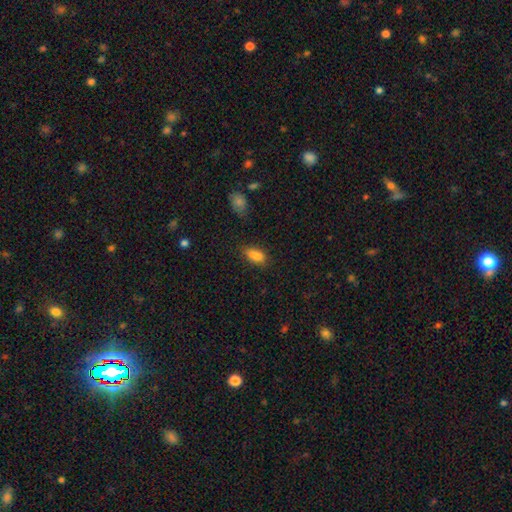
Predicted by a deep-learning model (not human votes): Morphology: type=smooth (74%); roundness=in between (75%); merging=merger (41%).